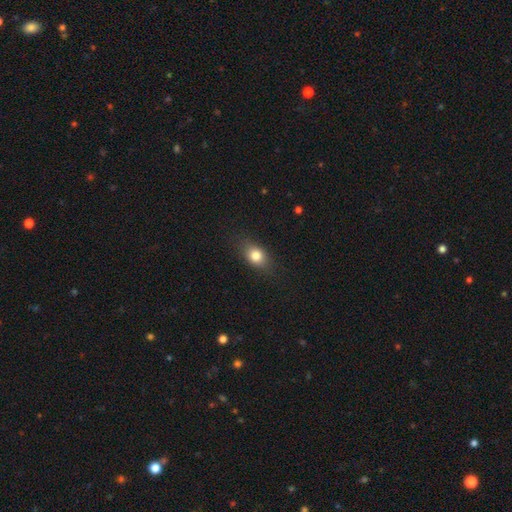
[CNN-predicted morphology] Smooth or featured?
  - smooth: 80% *
  - featured or disk: 11%
  - star or artifact: 10%
How rounded?
  - in between: 65% *
  - round: 31%
  - cigar-shaped: 3%
Merging?
  - none: 82% *
  - minor disturbance: 13%
  - major disturbance: 4%
  - merger: 1%